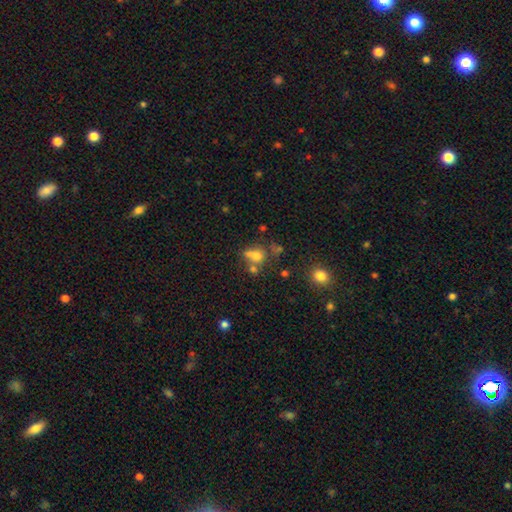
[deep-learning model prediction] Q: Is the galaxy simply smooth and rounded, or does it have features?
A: smooth — 67%.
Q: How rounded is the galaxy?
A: round — 61%.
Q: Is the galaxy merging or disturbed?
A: none — 40%.